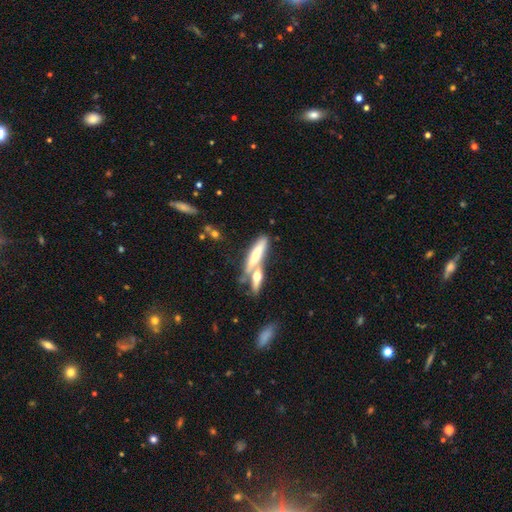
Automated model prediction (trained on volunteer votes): Smooth or featured? smooth (60%)
How rounded? cigar-shaped (75%)
Merging? none (44%)